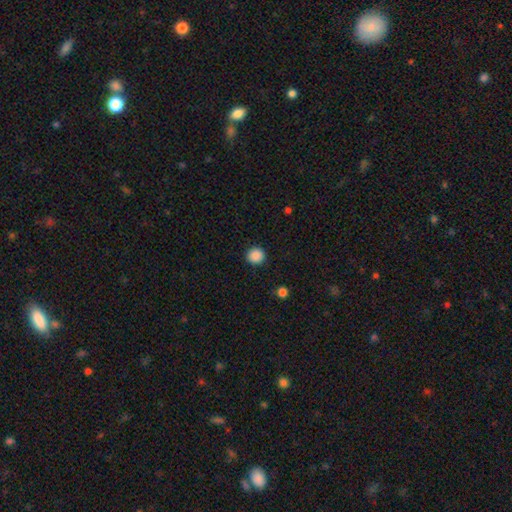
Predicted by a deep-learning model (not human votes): A smooth galaxy with no disk features (88%) that is round (94%). Merging: none (92%).